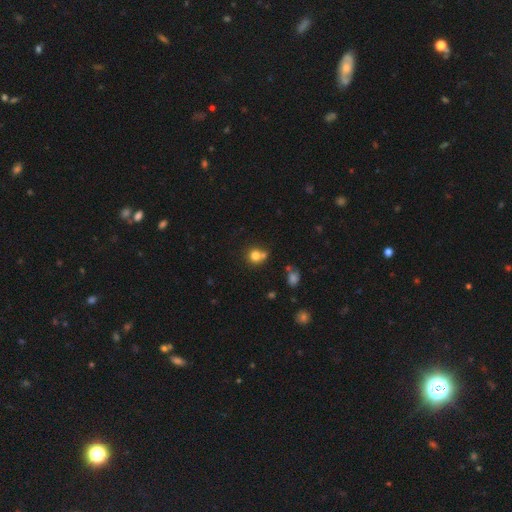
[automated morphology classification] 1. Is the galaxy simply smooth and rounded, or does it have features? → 77% smooth, 13% star or artifact, 10% featured or disk.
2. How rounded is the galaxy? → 86% round, 13% in between, 1% cigar-shaped.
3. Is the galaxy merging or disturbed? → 54% none, 30% merger, 11% minor disturbance, 4% major disturbance.